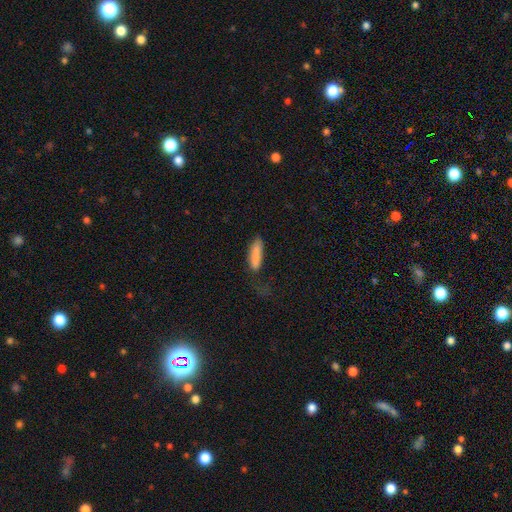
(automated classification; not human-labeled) A smooth galaxy with no disk features (84%) that is cigar-shaped (64%). Merging: none (54%).